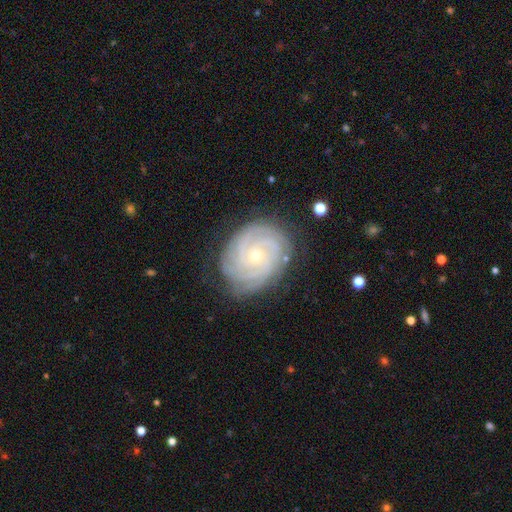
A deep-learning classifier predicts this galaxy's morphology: A featured or disk galaxy (87%) with no bar (76%), 4 (31%) tight (83%) spiral arms (98%) and a small central bulge (75%). Merging: none (81%).